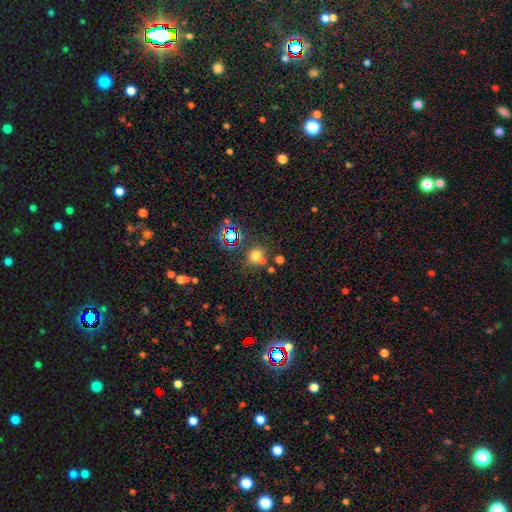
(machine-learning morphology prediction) A smooth galaxy with no disk features (65%) that is round (77%).

Vote fractions:
- Smooth or featured? smooth: 65% / star or artifact: 25% / featured or disk: 10%
- How rounded? round: 77% / in between: 22% / cigar-shaped: 1%
- Merging? none: 63% / merger: 20% / minor disturbance: 12% / major disturbance: 5%